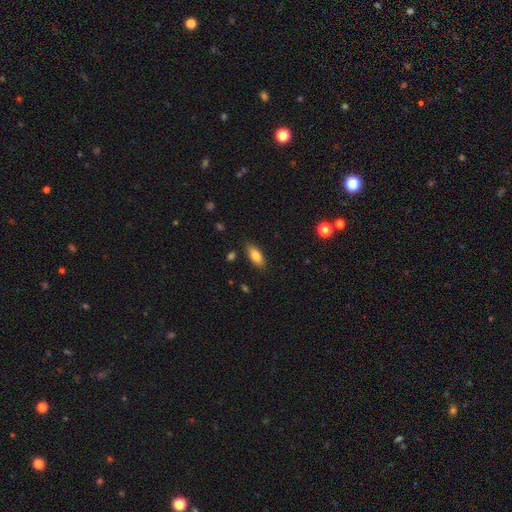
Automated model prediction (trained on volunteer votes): This is clearly a smooth galaxy (80%). How rounded: likely in between (79%). Merging: clearly none (84%).